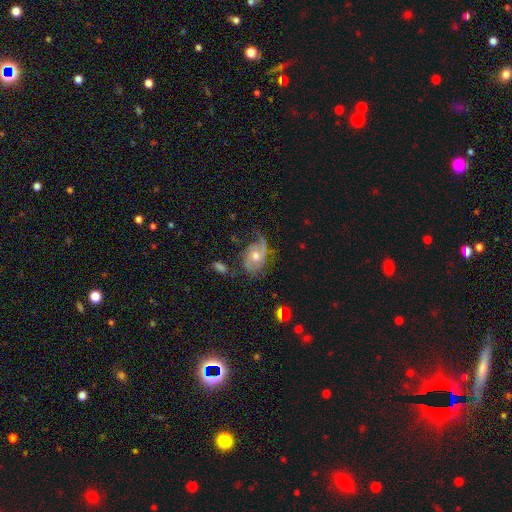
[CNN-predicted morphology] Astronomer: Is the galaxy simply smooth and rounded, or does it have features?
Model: featured or disk — 73%.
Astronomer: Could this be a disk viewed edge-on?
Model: no — 96%.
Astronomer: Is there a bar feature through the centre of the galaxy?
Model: no — 70%.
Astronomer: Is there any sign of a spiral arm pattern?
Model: yes — 88%.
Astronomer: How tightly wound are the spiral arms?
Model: medium — 39% (runner-up: loose, 33%).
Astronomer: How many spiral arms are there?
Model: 2 — 47% (runner-up: 1, 31%).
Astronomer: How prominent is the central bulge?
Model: moderate — 71%.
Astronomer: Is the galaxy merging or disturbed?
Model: none — 43% (runner-up: minor disturbance, 28%).